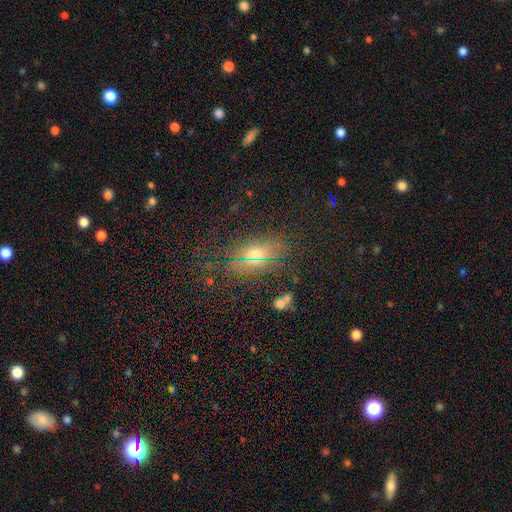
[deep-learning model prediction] Q: Smooth or featured?
A: smooth (59%); runner-up: star or artifact (25%)
Q: How rounded?
A: in between (79%); runner-up: round (14%)
Q: Merging?
A: none (79%); runner-up: minor disturbance (12%)